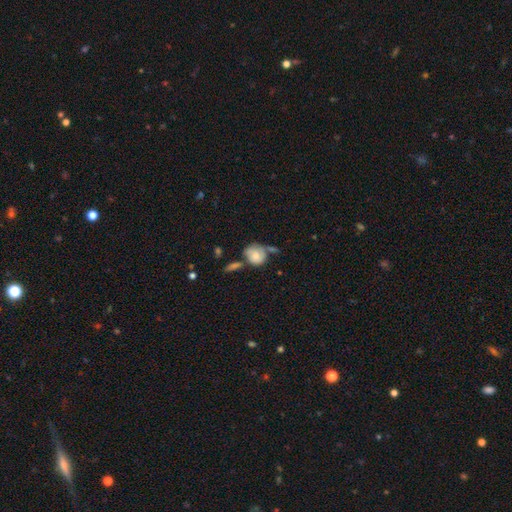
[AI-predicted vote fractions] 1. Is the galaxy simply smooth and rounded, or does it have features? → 72% smooth, 21% featured or disk, 8% star or artifact.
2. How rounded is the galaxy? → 72% round, 26% in between, 1% cigar-shaped.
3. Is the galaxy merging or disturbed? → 36% none, 28% merger, 23% minor disturbance, 12% major disturbance.